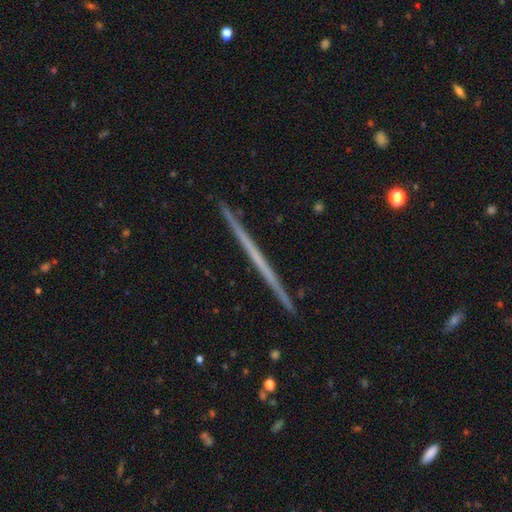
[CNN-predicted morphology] Smooth or featured? Predicted: featured or disk (p=0.65). Edge-on disk? Predicted: yes (p=0.98). Edge-on bulge? Predicted: none (p=0.94). Merging? Predicted: none (p=0.93).